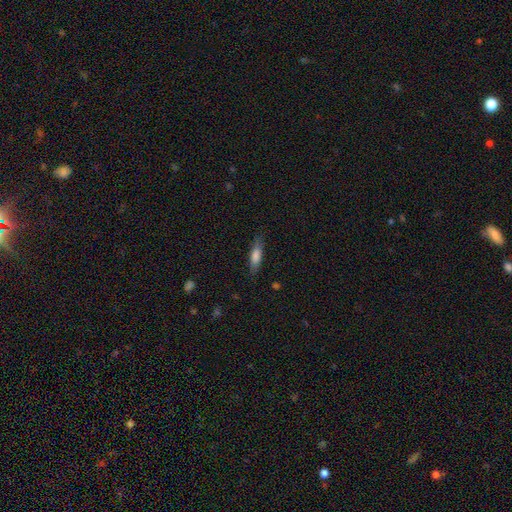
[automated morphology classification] smooth 74%, featured or disk 19%, star or artifact 7%. Down the decision tree: how rounded — cigar-shaped (61%); merging — none (81%).